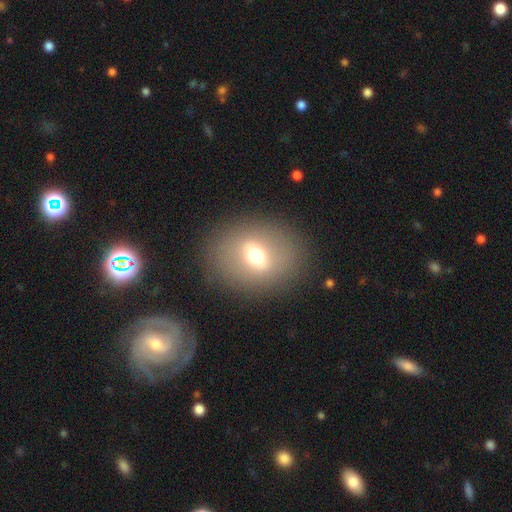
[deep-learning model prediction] Smooth or featured? Predicted: smooth (p=0.51). How rounded? Predicted: round (p=0.54). Merging? Predicted: none (p=0.85).